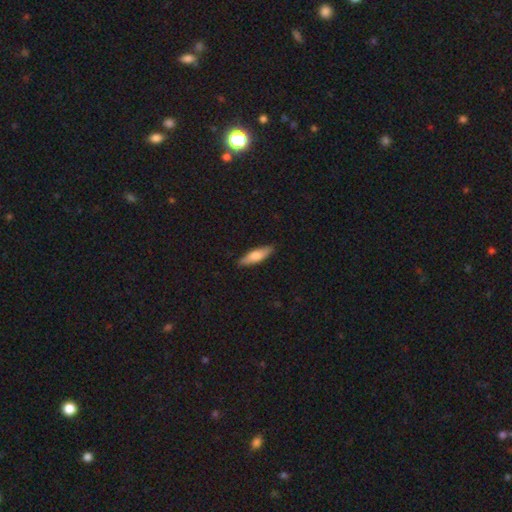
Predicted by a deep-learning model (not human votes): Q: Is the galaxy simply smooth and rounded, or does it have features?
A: smooth — 71%.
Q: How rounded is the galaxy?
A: cigar-shaped — 59%.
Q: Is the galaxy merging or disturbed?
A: none — 87%.